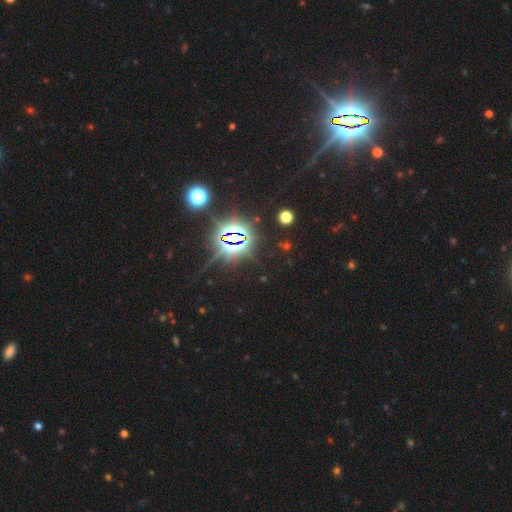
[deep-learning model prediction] Smooth or featured? Predicted: star or artifact (p=0.85).